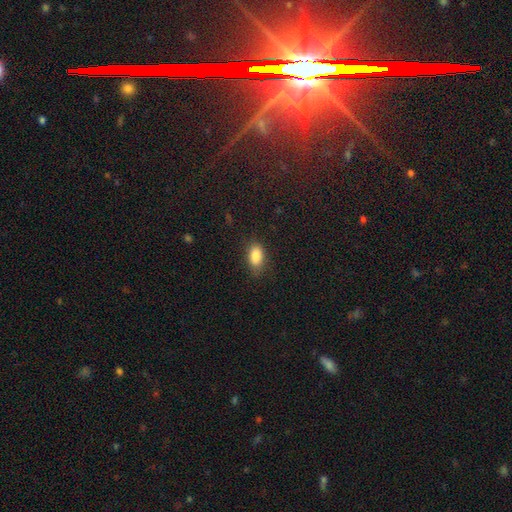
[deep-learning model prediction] The model was most divided on "merging": none: 80%, minor disturbance: 15%, major disturbance: 4%, merger: 1%. More confident: how rounded — in between (90%); smooth or featured — smooth (87%).